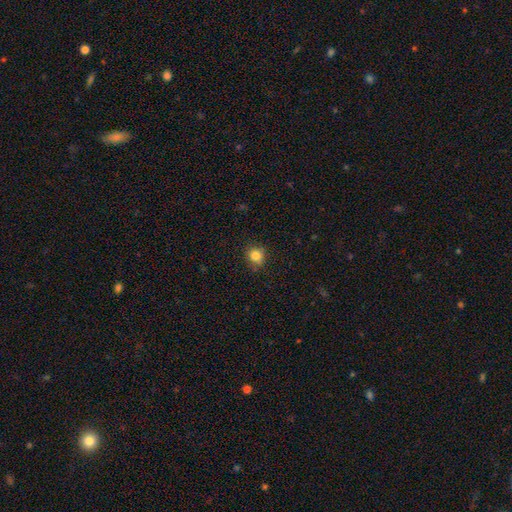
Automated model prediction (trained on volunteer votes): smooth_or_featured: smooth (p=0.83) [alt: star or artifact p=0.12]
how_rounded: round (p=0.85) [alt: in between p=0.14]
merging: none (p=0.84) [alt: minor disturbance p=0.12]